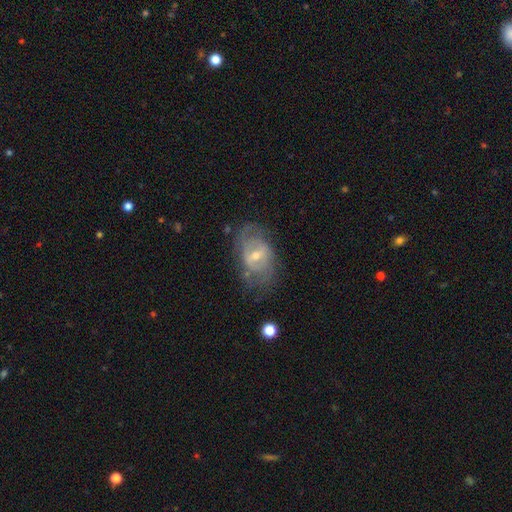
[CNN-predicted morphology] Smooth or featured? featured or disk (73%)
Edge-on disk? no (95%)
Bar? weak (55%)
Spiral arms? yes (71%)
Bulge size? moderate (48%)
Merging? none (60%)